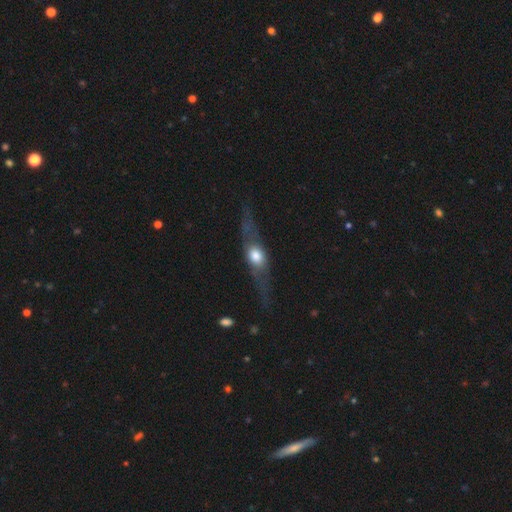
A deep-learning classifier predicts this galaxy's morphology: featured or disk 65%, smooth 28%, star or artifact 6%. Down the decision tree: edge-on disk — yes (86%); edge-on bulge — rounded (94%); merging — none (76%).